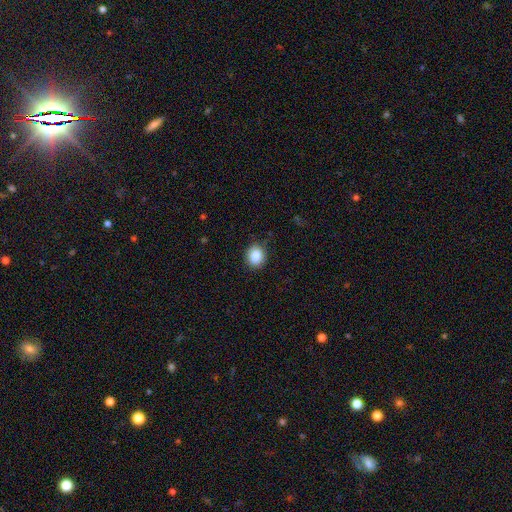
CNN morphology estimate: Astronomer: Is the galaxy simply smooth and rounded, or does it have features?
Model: smooth — 87%.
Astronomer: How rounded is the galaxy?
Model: round — 72%.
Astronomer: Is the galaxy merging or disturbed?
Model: none — 85%.